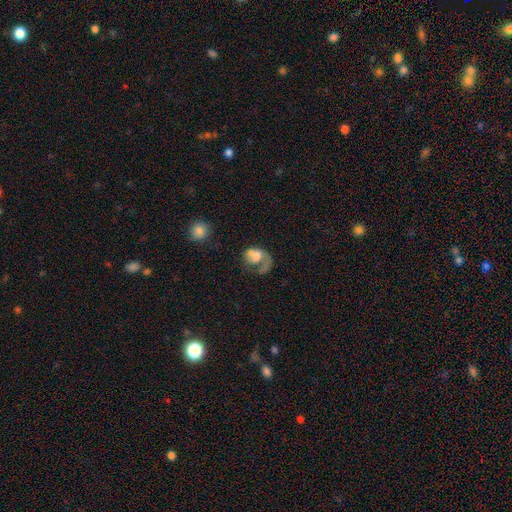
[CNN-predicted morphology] Q: Smooth or featured?
A: featured or disk (50%); runner-up: smooth (40%)
Q: Edge-on disk?
A: no (98%); runner-up: yes (2%)
Q: Merging?
A: major disturbance (40%); runner-up: merger (23%)